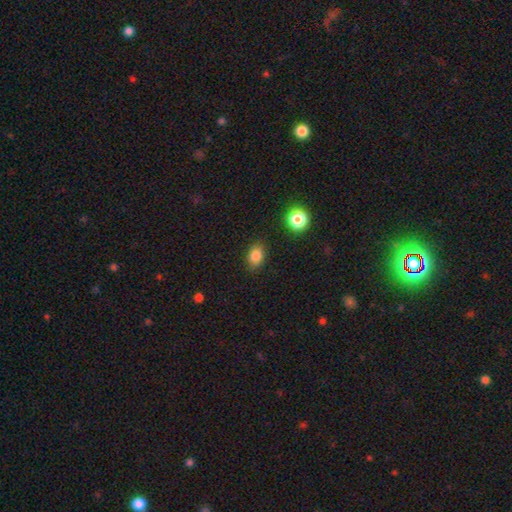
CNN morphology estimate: Smooth or featured? Predicted: smooth (p=0.84). How rounded? Predicted: in between (p=0.73). Merging? Predicted: none (p=0.85).